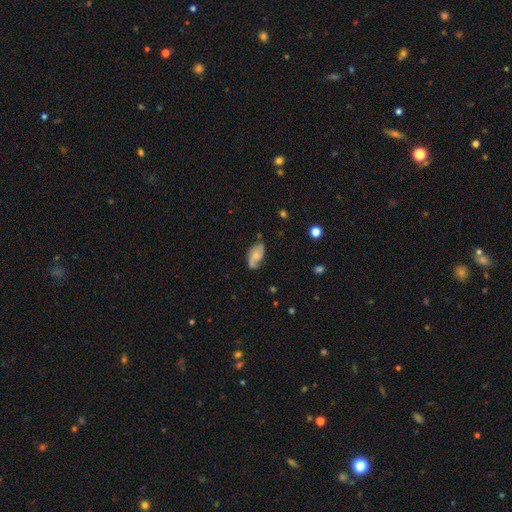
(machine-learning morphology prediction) This is possibly a featured or disk galaxy (55%). It is clearly not viewed edge-on (94%). Bar: likely no (71%). Spiral arm pattern: clearly yes (86%). Central bulge: possibly small (57%). Merging: likely none (60%).